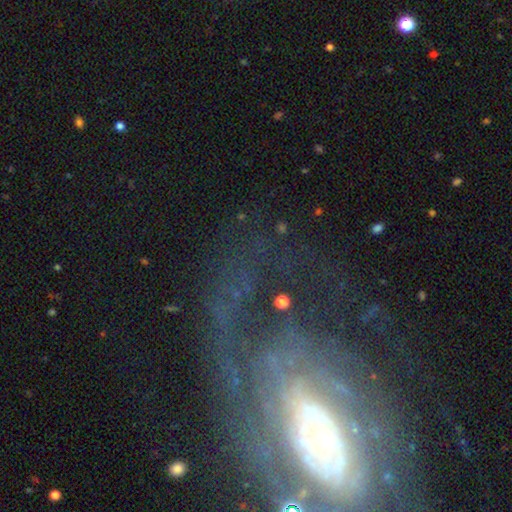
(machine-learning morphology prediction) type=featured or disk (76%); edge-on=no (93%); bar=no (65%); spiral arms=yes (82%); winding=tight (57%); arm count=can't tell (42%); bulge=small (60%); merging=none (58%).